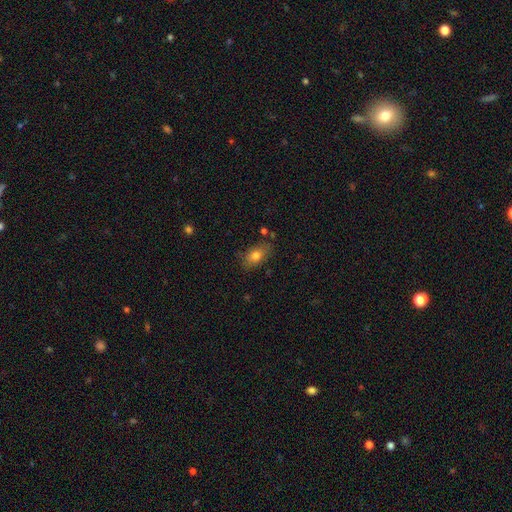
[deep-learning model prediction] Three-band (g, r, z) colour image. It shows a smooth galaxy with no disk features (78%) that is in between round and cigar-shaped (85%). Merging: none (77%).